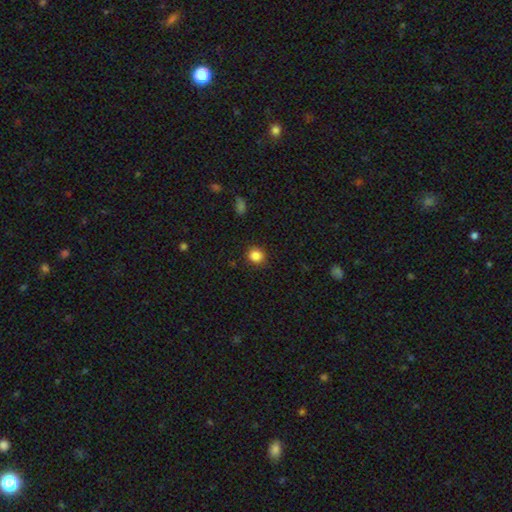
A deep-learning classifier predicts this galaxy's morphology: Smooth or featured? smooth (85%)
How rounded? round (84%)
Merging? none (89%)